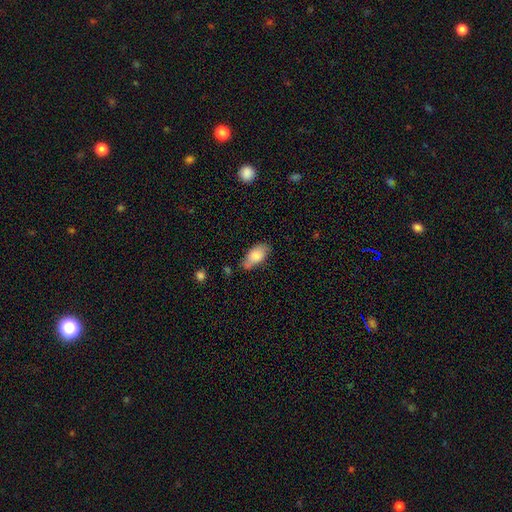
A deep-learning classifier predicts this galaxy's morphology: Smooth or featured? Predicted: smooth (p=0.80). How rounded? Predicted: in between (p=0.91). Merging? Predicted: none (p=0.61).